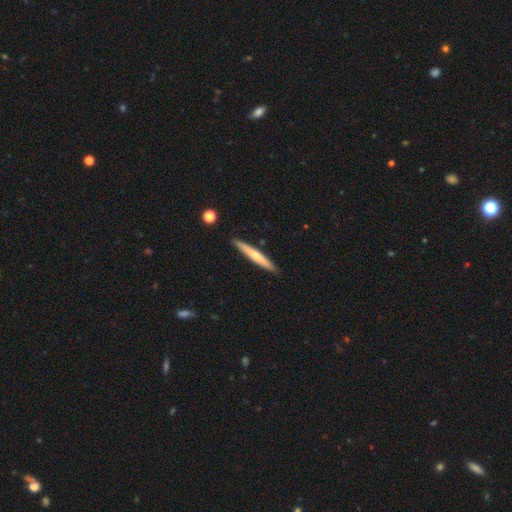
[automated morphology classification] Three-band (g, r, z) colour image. It shows a smooth galaxy with no disk features (57%) that is cigar-shaped (95%). Merging: none (89%).